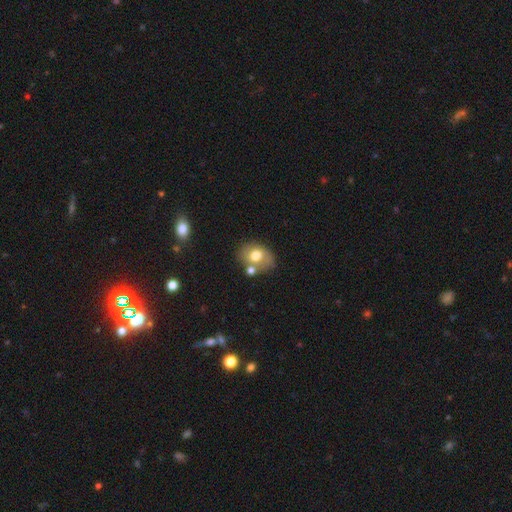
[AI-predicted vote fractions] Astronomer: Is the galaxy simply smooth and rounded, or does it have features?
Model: smooth — 70%.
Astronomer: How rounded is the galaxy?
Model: in between — 63%.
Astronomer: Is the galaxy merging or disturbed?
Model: none — 60%.